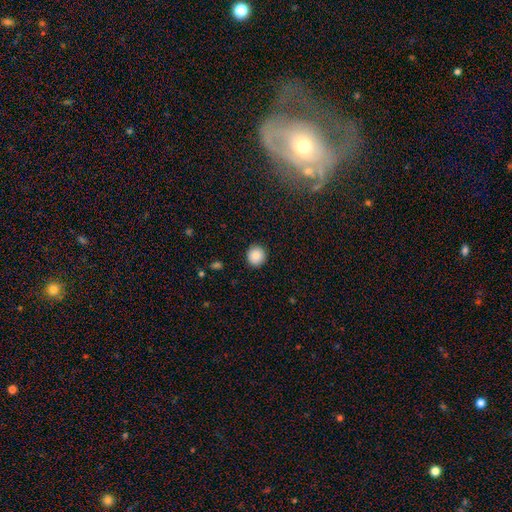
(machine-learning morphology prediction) Smooth or featured?
  - smooth: 88% *
  - star or artifact: 9%
  - featured or disk: 3%
How rounded?
  - round: 90% *
  - in between: 9%
  - cigar-shaped: 1%
Merging?
  - none: 91% *
  - minor disturbance: 6%
  - major disturbance: 2%
  - merger: 1%